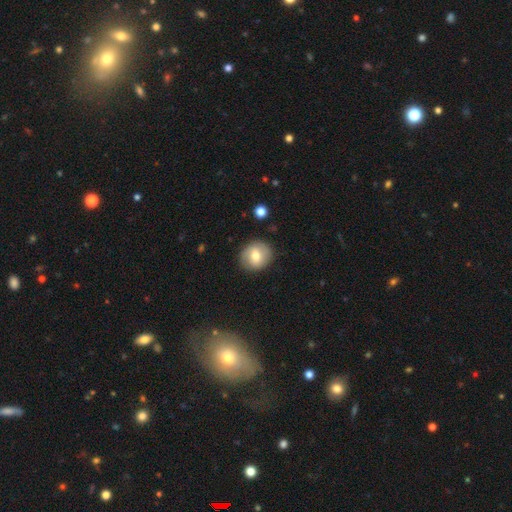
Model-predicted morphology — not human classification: Smooth or featured?
  - smooth: 63% *
  - featured or disk: 29%
  - star or artifact: 8%
How rounded?
  - round: 80% *
  - in between: 20%
  - cigar-shaped: 1%
Merging?
  - none: 84% *
  - minor disturbance: 11%
  - major disturbance: 3%
  - merger: 1%